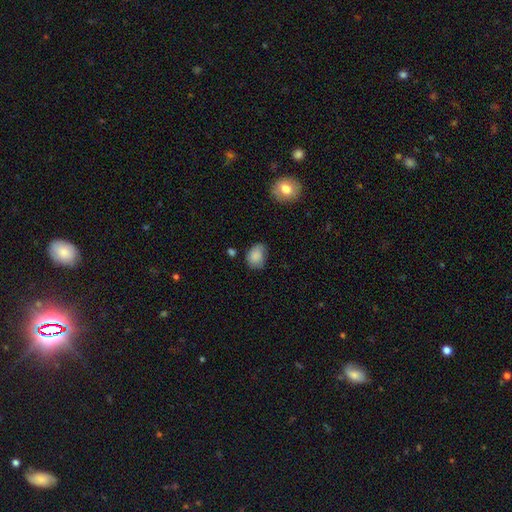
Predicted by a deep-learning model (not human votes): This appears to be a smooth galaxy with no disk features (83%) that is in between round and cigar-shaped (59%). Merging: none (54%).